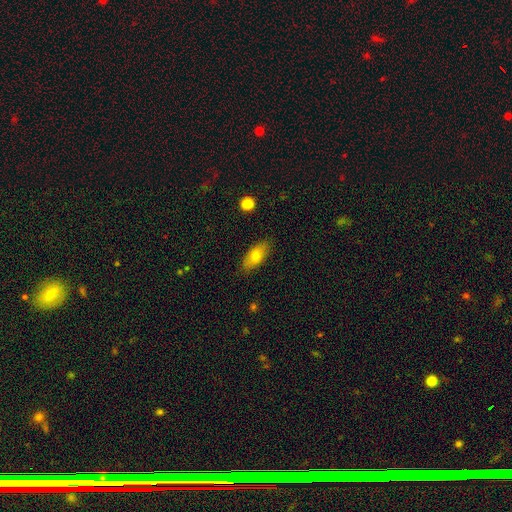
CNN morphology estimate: A smooth galaxy with no disk features (73%) that is in between round and cigar-shaped (83%). Merging: none (85%).